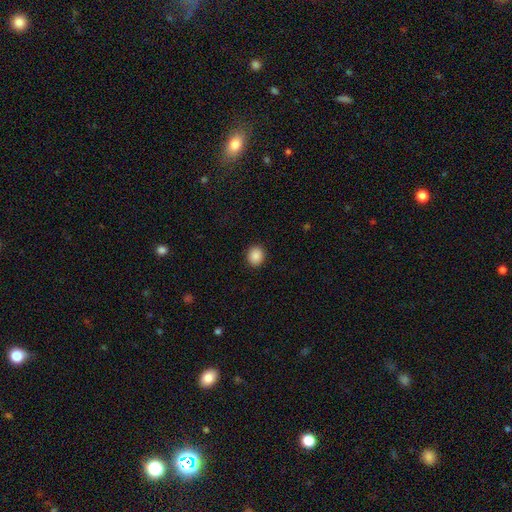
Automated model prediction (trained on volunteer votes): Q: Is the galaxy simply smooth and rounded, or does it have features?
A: smooth — 89%.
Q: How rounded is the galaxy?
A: round — 71%.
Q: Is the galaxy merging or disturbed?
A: none — 91%.